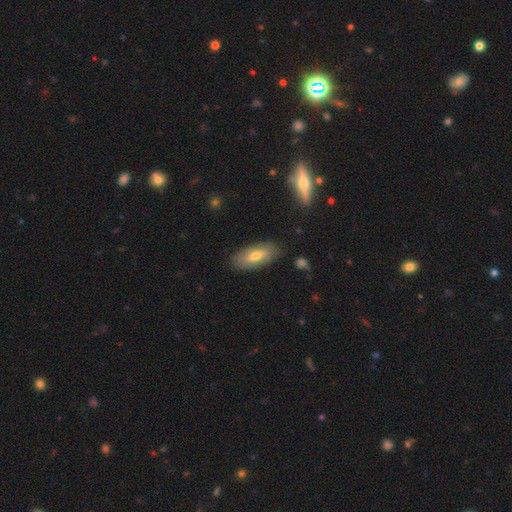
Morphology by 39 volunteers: type=smooth (64%); roundness=in between (72%); merging=none (89%).